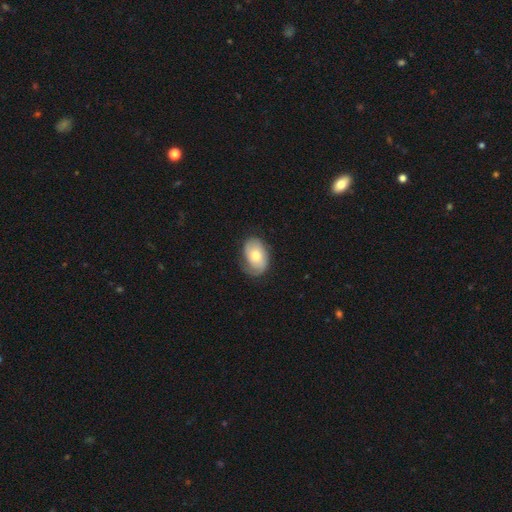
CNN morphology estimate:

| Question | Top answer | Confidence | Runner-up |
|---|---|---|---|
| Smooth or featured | smooth | 57% | featured or disk (37%) |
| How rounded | in between | 83% | round (16%) |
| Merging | none | 66% | minor disturbance (25%) |